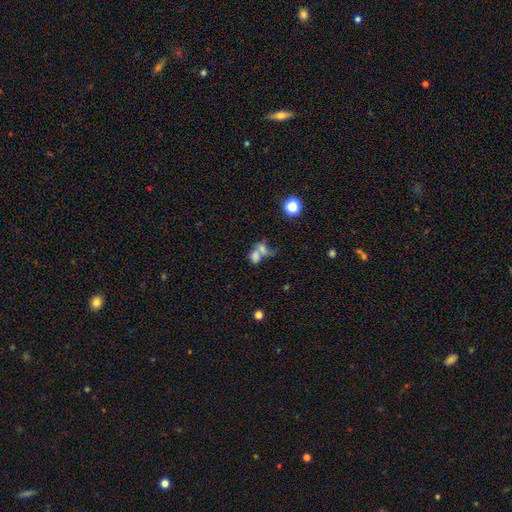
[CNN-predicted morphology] Smooth or featured?
  - smooth: 65% *
  - featured or disk: 22%
  - star or artifact: 14%
How rounded?
  - in between: 68% *
  - round: 28%
  - cigar-shaped: 4%
Merging?
  - merger: 67% *
  - none: 17%
  - major disturbance: 9%
  - minor disturbance: 7%